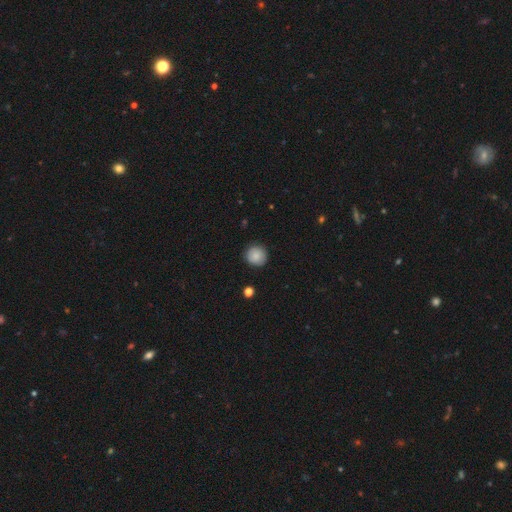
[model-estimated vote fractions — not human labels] Q: Smooth or featured?
A: smooth (85%); runner-up: star or artifact (8%)
Q: How rounded?
A: round (93%); runner-up: in between (6%)
Q: Merging?
A: none (89%); runner-up: minor disturbance (8%)